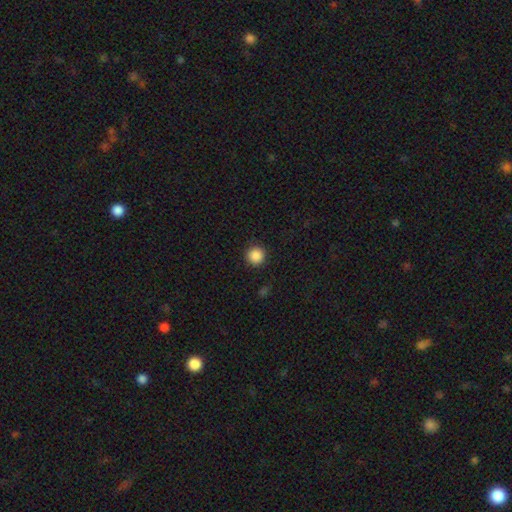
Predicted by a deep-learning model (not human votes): Smooth or featured: smooth — 88% (star or artifact — 9%)
How rounded: round — 95% (in between — 4%)
Merging: none — 91% (minor disturbance — 6%)